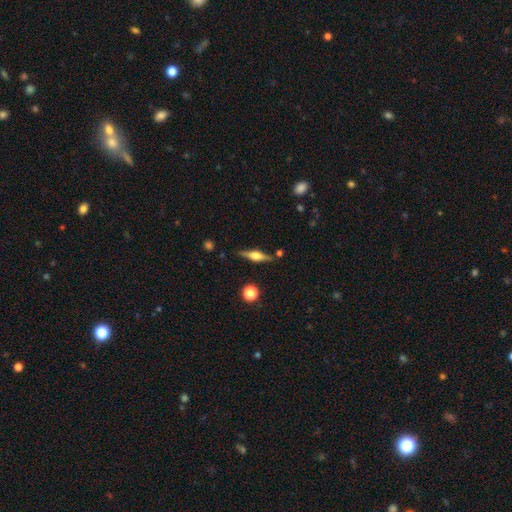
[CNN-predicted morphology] smooth-or-featured: featured or disk: 71% | smooth: 22% | star or artifact: 7%
  disk-edge-on: yes: 97% | no: 3%
    edge-on-bulge: rounded: 88% | boxy: 10% | none: 2%
  merging: none: 84% | minor disturbance: 10% | merger: 4% | major disturbance: 2%